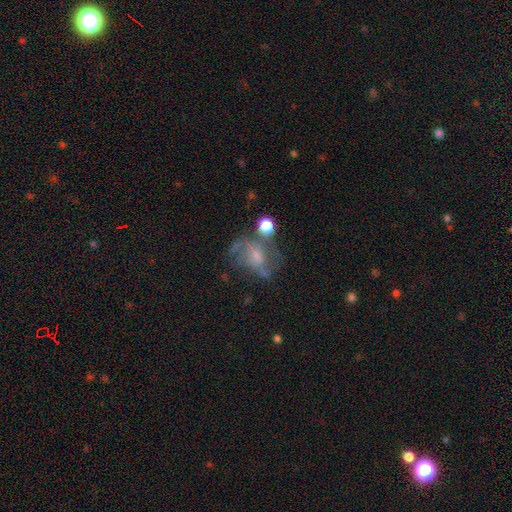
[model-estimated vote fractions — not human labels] Overall: featured or disk (61%; smooth 26%). Edge-on disk: no (97%). Bar: no (54%; weak 39%). Spiral arms: yes (70%; no 30%). Bulge size: small (40%; moderate 31%). Merging: none (40%; major disturbance 29%).